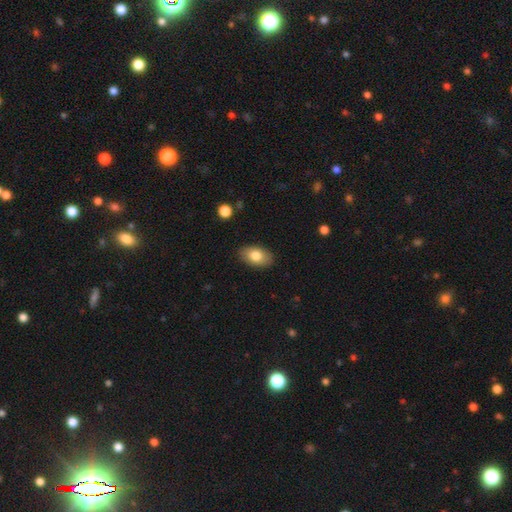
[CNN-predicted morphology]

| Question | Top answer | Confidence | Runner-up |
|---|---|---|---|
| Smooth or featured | smooth | 80% | featured or disk (13%) |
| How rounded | in between | 91% | round (7%) |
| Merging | none | 87% | minor disturbance (10%) |